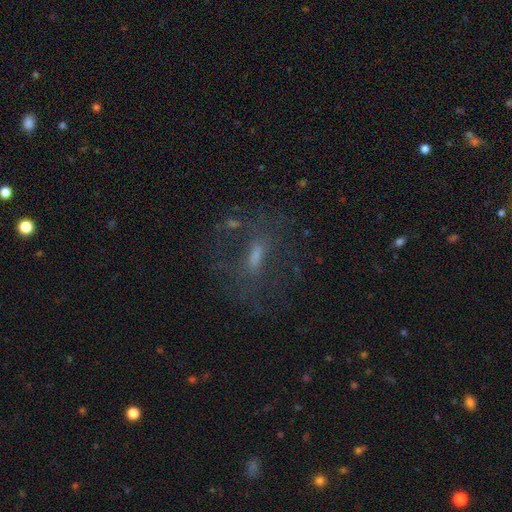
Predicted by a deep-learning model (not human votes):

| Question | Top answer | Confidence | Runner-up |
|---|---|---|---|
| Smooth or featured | featured or disk | 49% | smooth (32%) |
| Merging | none | 59% | major disturbance (22%) |